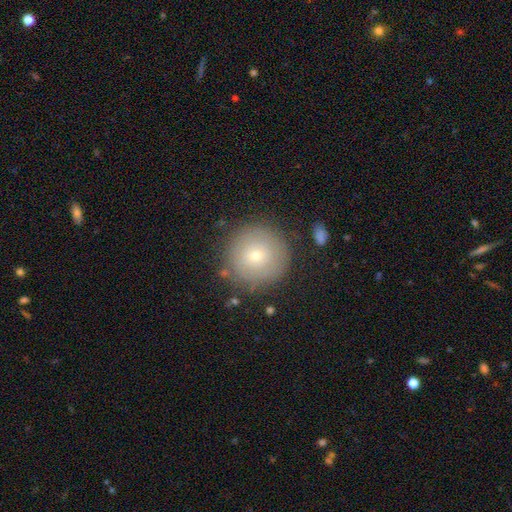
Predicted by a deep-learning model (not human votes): Morphology: type=smooth (63%); roundness=round (95%); merging=none (84%).